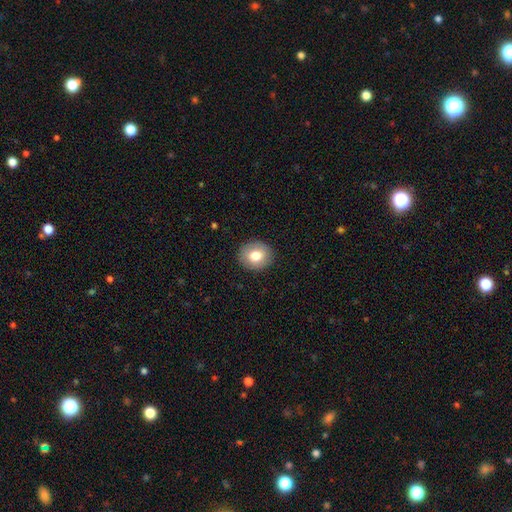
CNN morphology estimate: smooth-or-featured: smooth: 77% | featured or disk: 15% | star or artifact: 8%
  how-rounded: round: 75% | in between: 24% | cigar-shaped: 1%
  merging: none: 90% | minor disturbance: 7% | major disturbance: 2% | merger: 1%